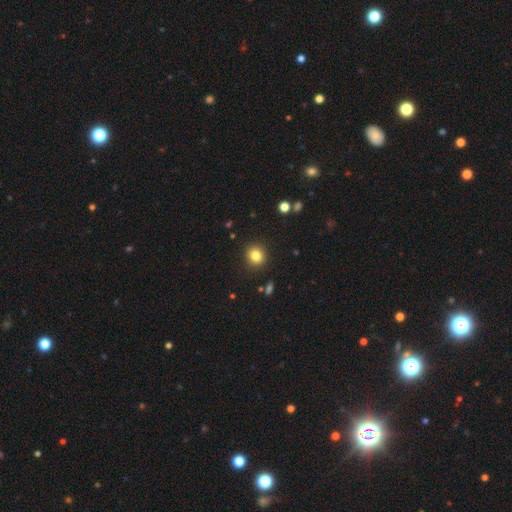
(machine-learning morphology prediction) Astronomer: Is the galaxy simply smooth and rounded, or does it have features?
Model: smooth — 82%.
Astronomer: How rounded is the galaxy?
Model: round — 84%.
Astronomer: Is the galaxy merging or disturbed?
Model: none — 90%.